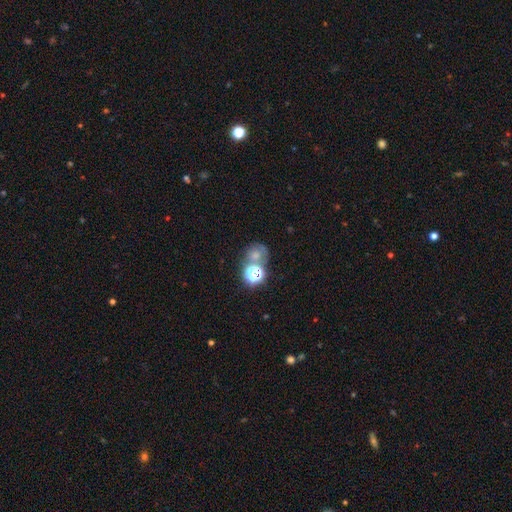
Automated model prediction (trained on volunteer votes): smooth-or-featured: smooth: 54% | star or artifact: 30% | featured or disk: 17%
  how-rounded: round: 69% | in between: 30% | cigar-shaped: 1%
  merging: none: 44% | merger: 33% | minor disturbance: 13% | major disturbance: 10%